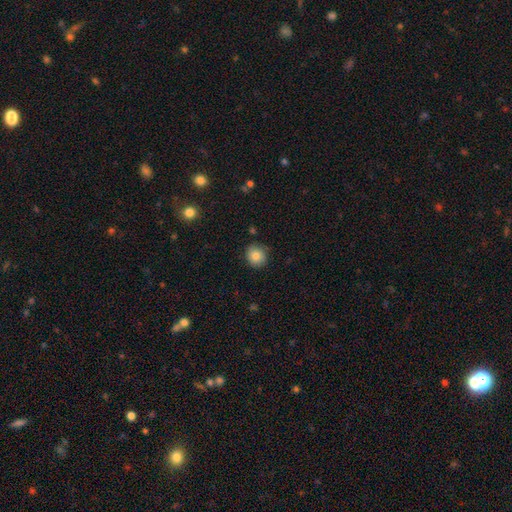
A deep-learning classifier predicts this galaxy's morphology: A smooth galaxy with no disk features (83%) that is round (86%). Merging: none (86%).